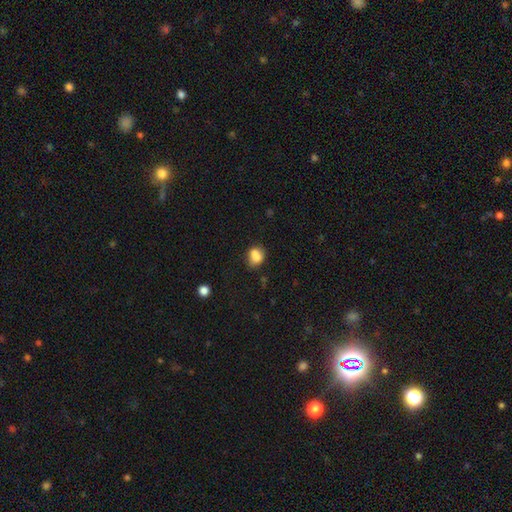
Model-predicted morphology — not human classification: smooth-or-featured: smooth: 78% | featured or disk: 12% | star or artifact: 10%
  how-rounded: round: 51% | in between: 48% | cigar-shaped: 1%
  merging: none: 47% | merger: 28% | minor disturbance: 19% | major disturbance: 6%